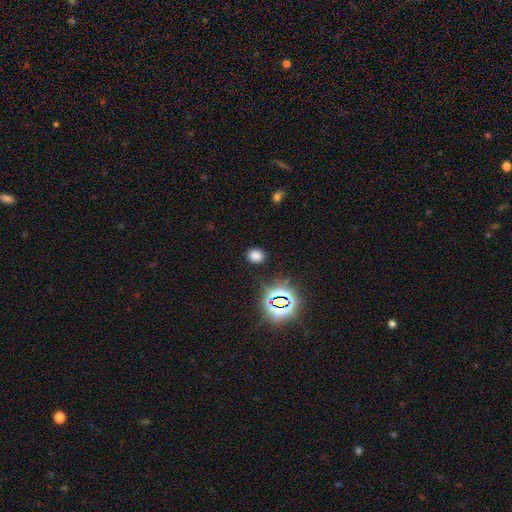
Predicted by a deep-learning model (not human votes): A smooth galaxy with no disk features (71%) that is round (54%). Merging: none (86%).